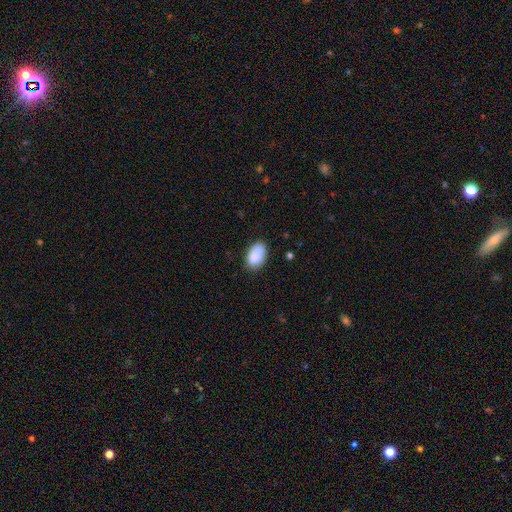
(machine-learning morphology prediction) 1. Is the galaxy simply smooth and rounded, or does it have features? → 86% smooth, 7% featured or disk, 7% star or artifact.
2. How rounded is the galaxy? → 91% in between, 8% round, 1% cigar-shaped.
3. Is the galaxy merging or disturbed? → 74% none, 20% minor disturbance, 4% major disturbance, 2% merger.